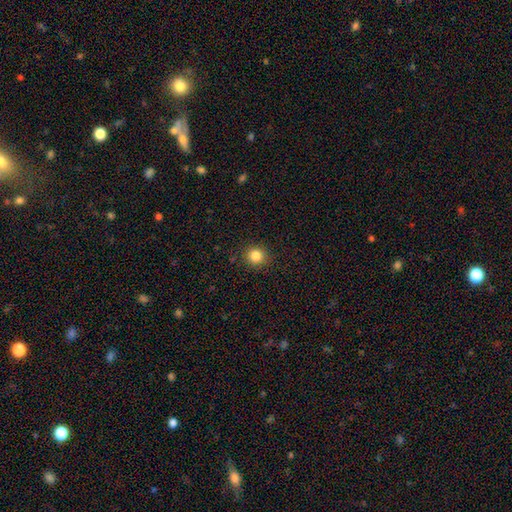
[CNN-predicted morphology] smooth_or_featured: smooth (p=0.84) [alt: star or artifact p=0.11]
how_rounded: round (p=0.92) [alt: in between p=0.07]
merging: none (p=0.91) [alt: minor disturbance p=0.06]